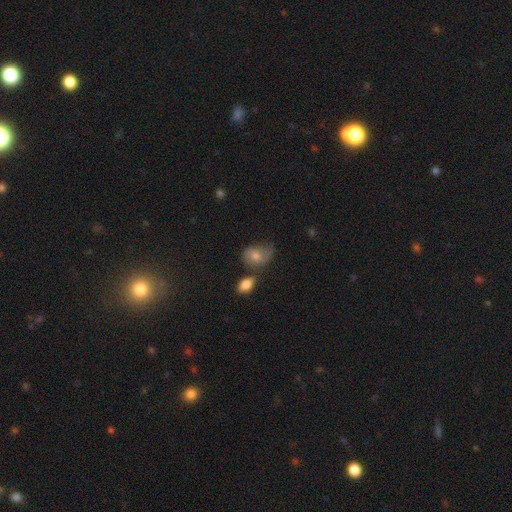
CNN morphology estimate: A smooth galaxy with no disk features (60%) that is in between round and cigar-shaped (68%).

Vote fractions:
- Smooth or featured? smooth: 60% / featured or disk: 28% / star or artifact: 12%
- How rounded? in between: 68% / round: 30% / cigar-shaped: 1%
- Merging? none: 44% / minor disturbance: 30% / major disturbance: 14% / merger: 12%